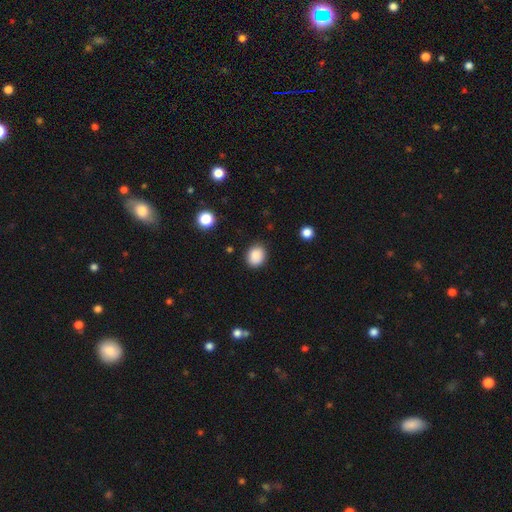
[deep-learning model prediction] Smooth or featured? Predicted: smooth (p=0.88). How rounded? Predicted: round (p=0.58). Merging? Predicted: none (p=0.86).